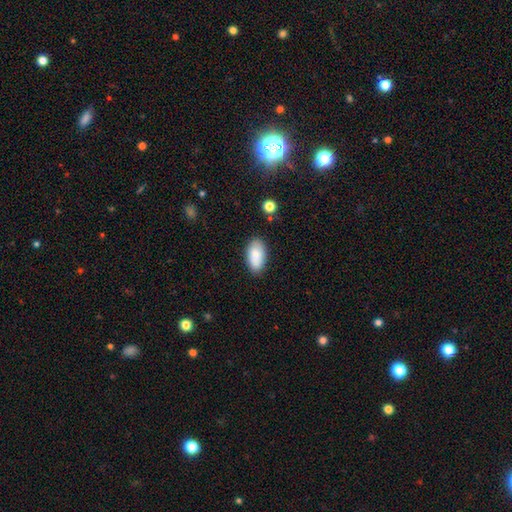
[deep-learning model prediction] Smooth or featured? smooth (82%)
How rounded? in between (94%)
Merging? none (83%)